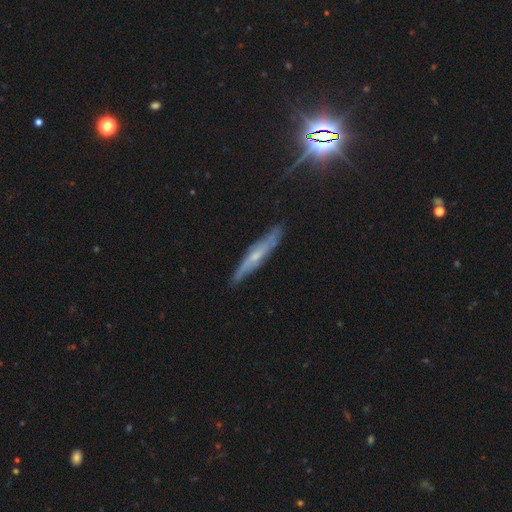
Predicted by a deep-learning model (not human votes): Morphology: type=featured or disk (64%); edge-on=yes (74%); merging=none (79%).